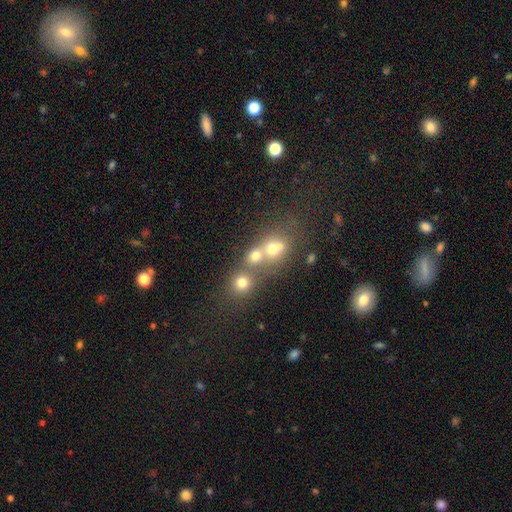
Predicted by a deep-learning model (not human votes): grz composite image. It shows a smooth galaxy with no disk features (67%) that is round (71%). Merging: merger (52%).